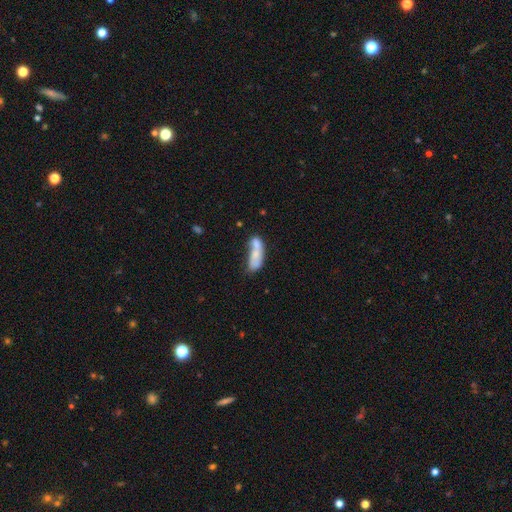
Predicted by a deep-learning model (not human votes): Smooth or featured? Predicted: smooth (p=0.65). How rounded? Predicted: in between (p=0.73). Merging? Predicted: merger (p=0.54).